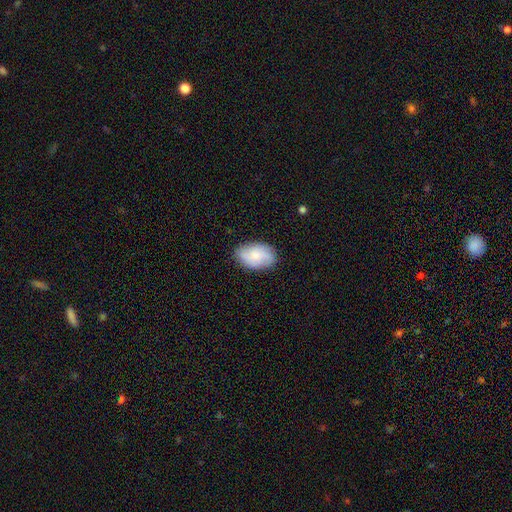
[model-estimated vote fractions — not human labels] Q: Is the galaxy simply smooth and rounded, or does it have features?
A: smooth — 65%.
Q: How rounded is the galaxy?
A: in between — 90%.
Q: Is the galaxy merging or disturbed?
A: none — 80%.